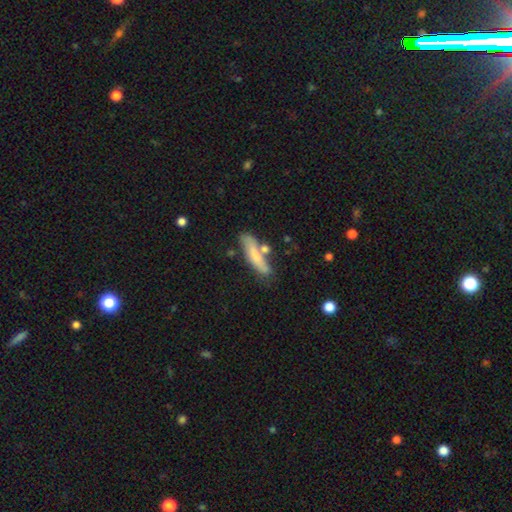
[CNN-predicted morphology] Smooth or featured? smooth (67%)
How rounded? cigar-shaped (68%)
Merging? none (58%)